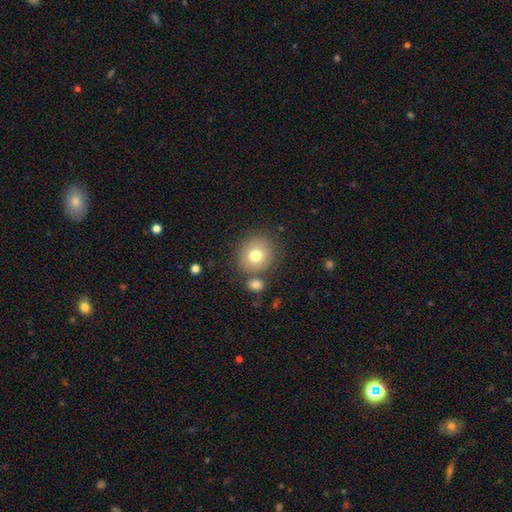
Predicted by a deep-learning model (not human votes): Morphology: type=smooth (76%); roundness=round (84%); merging=none (74%).